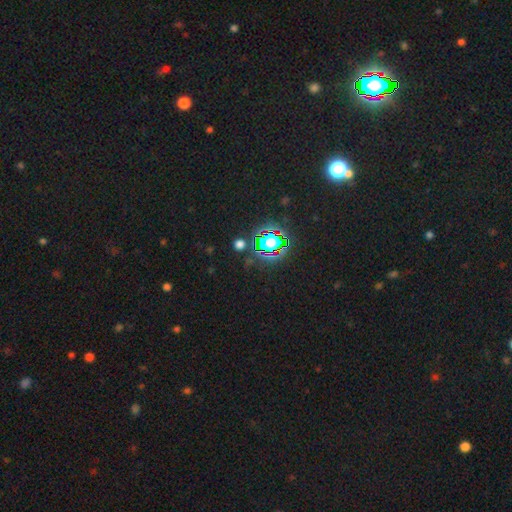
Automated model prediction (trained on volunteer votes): Q: Smooth or featured?
A: star or artifact (83%); runner-up: smooth (10%)